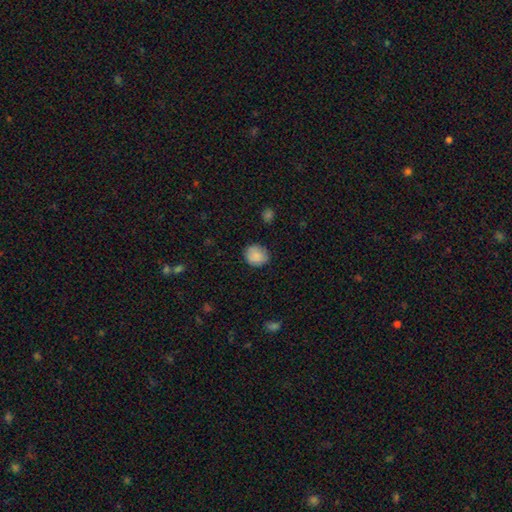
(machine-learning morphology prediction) Smooth or featured?
  - smooth: 87% *
  - star or artifact: 8%
  - featured or disk: 4%
How rounded?
  - round: 76% *
  - in between: 23%
  - cigar-shaped: 1%
Merging?
  - none: 83% *
  - minor disturbance: 13%
  - major disturbance: 3%
  - merger: 1%